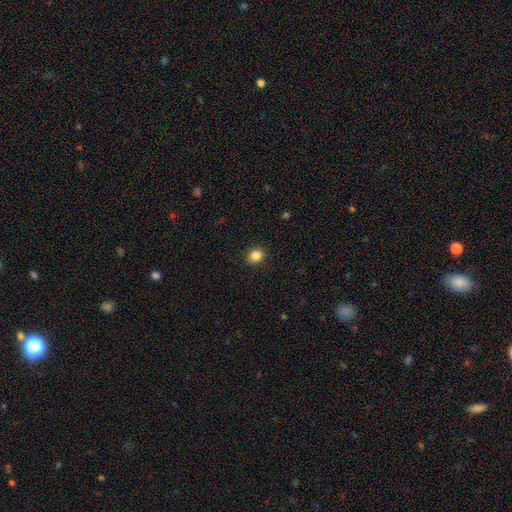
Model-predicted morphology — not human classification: A smooth galaxy with no disk features (85%) that is round (60%). Merging: none (90%).